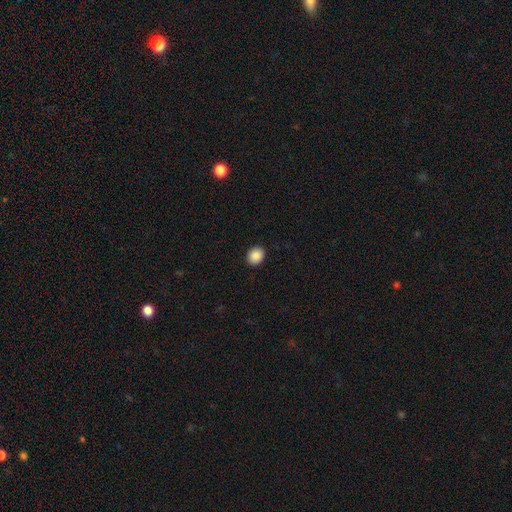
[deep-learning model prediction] smooth 88%, star or artifact 8%, featured or disk 3%. Down the decision tree: how rounded — round (60%); merging — none (91%).